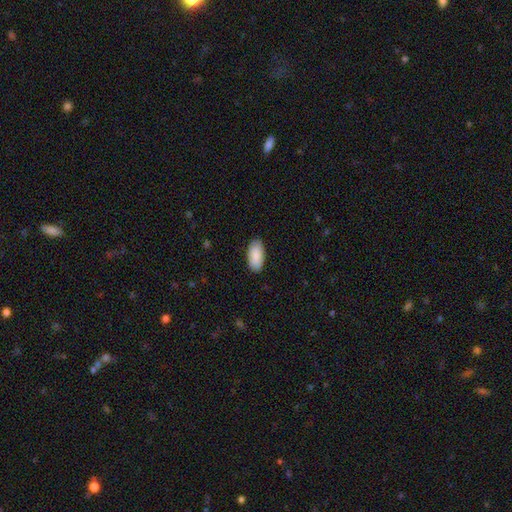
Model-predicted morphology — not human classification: Smooth or featured? smooth (90%)
How rounded? in between (94%)
Merging? none (87%)